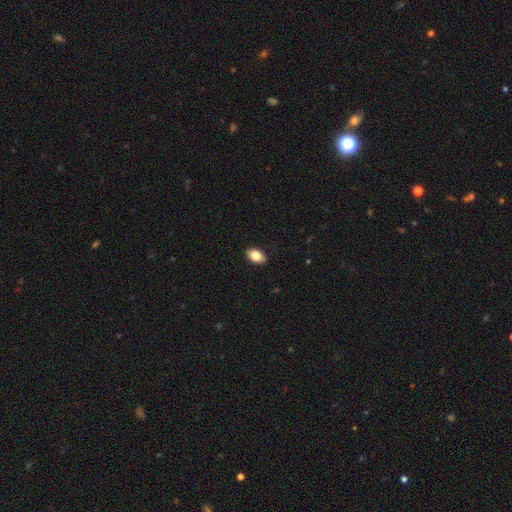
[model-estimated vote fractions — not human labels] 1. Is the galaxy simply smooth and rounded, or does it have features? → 82% smooth, 11% featured or disk, 8% star or artifact.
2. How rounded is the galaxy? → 89% in between, 9% round, 2% cigar-shaped.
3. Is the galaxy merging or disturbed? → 90% none, 8% minor disturbance, 2% major disturbance, 1% merger.